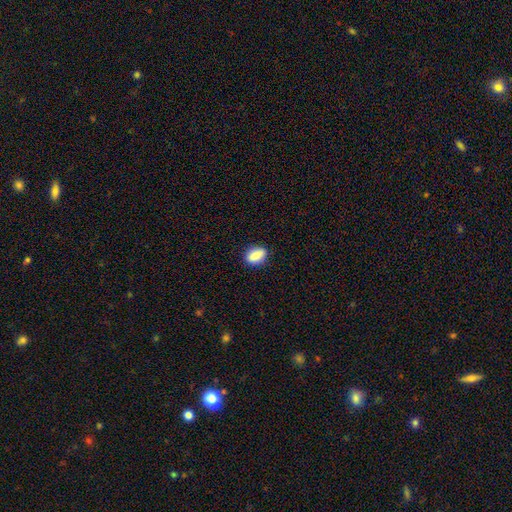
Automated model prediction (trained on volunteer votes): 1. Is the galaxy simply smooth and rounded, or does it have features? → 85% smooth, 8% star or artifact, 7% featured or disk.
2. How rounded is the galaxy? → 82% in between, 15% round, 4% cigar-shaped.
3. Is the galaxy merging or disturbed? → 85% none, 11% minor disturbance, 2% major disturbance, 1% merger.